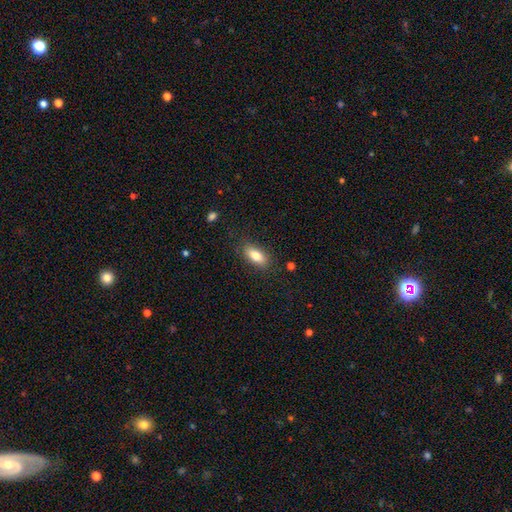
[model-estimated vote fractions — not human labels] smooth 80%, featured or disk 12%, star or artifact 7%. Down the decision tree: how rounded — in between (84%); merging — none (83%).